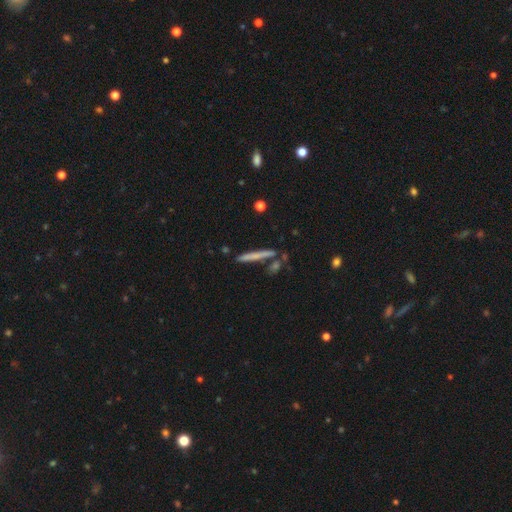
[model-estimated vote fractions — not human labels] The model was most divided on "smooth or featured": smooth: 59%, featured or disk: 34%, star or artifact: 7%. More confident: how rounded — cigar-shaped (95%); merging — none (80%).